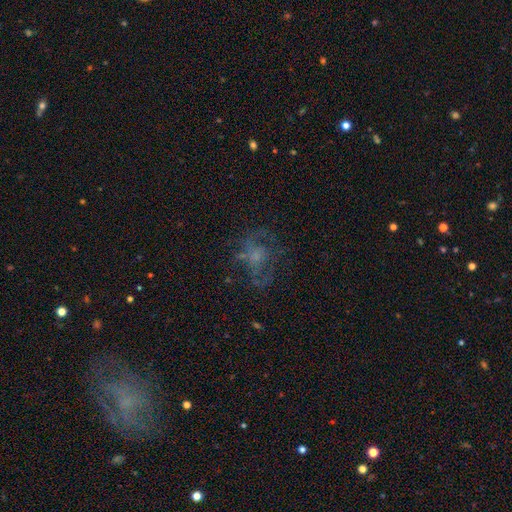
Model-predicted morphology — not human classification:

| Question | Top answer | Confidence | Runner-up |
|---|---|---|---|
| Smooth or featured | featured or disk | 58% | smooth (24%) |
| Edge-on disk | no | 97% | yes (3%) |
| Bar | no | 81% | weak (16%) |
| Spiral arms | yes | 52% | no (48%) |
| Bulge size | small | 45% | none (26%) |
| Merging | none | 53% | major disturbance (27%) |